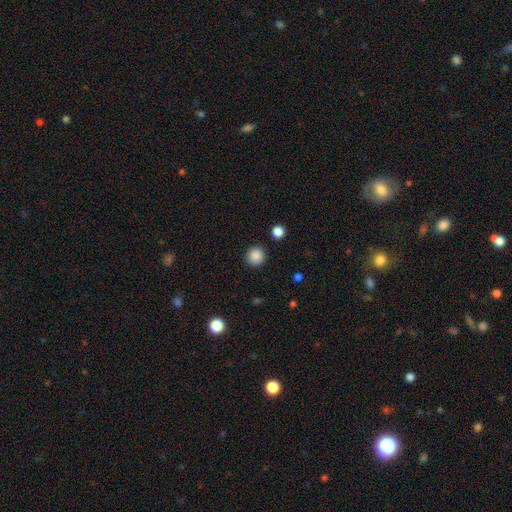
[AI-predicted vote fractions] smooth 87%, star or artifact 10%, featured or disk 3%. Down the decision tree: how rounded — round (94%); merging — none (90%).